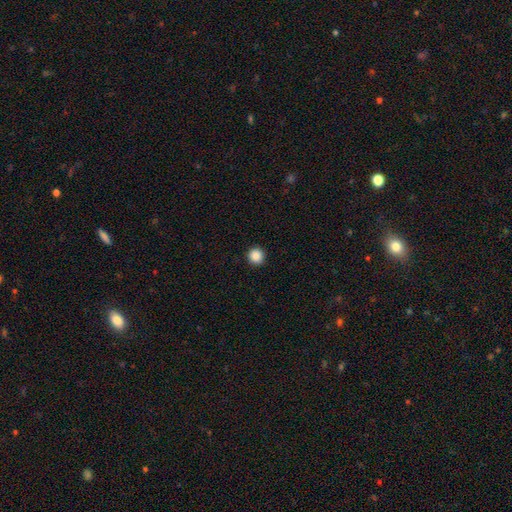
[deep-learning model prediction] Smooth or featured? smooth (88%)
How rounded? round (94%)
Merging? none (93%)